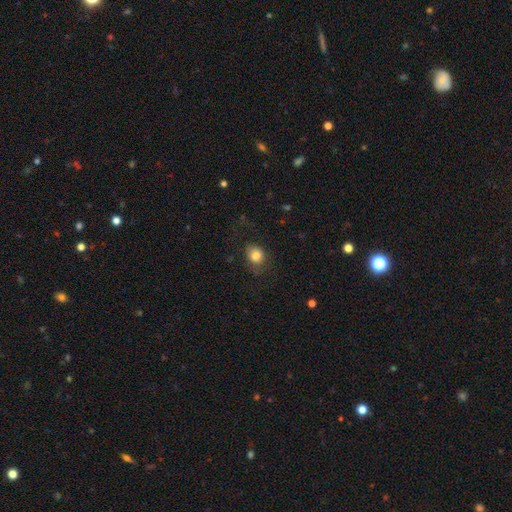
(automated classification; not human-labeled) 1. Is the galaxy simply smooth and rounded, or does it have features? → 83% smooth, 10% star or artifact, 8% featured or disk.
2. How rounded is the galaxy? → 58% round, 41% in between, 1% cigar-shaped.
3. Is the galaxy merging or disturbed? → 68% none, 21% minor disturbance, 9% major disturbance, 1% merger.